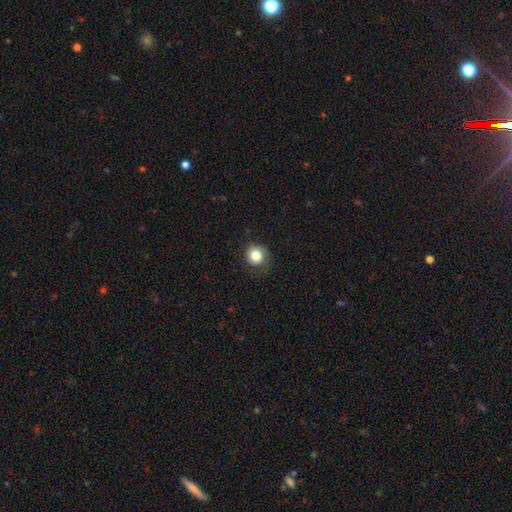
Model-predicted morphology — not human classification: smooth-or-featured: smooth: 83% | star or artifact: 10% | featured or disk: 7%
  how-rounded: round: 84% | in between: 15% | cigar-shaped: 1%
  merging: none: 77% | minor disturbance: 17% | major disturbance: 5% | merger: 1%